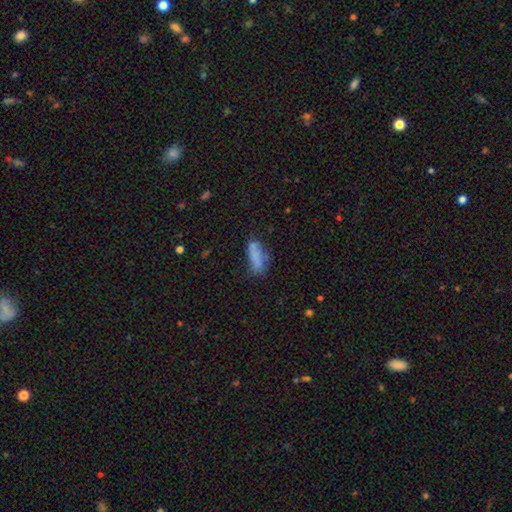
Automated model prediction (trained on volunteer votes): This appears to be a smooth galaxy with no disk features (74%) that is in between round and cigar-shaped (66%). Merging: none (46%).